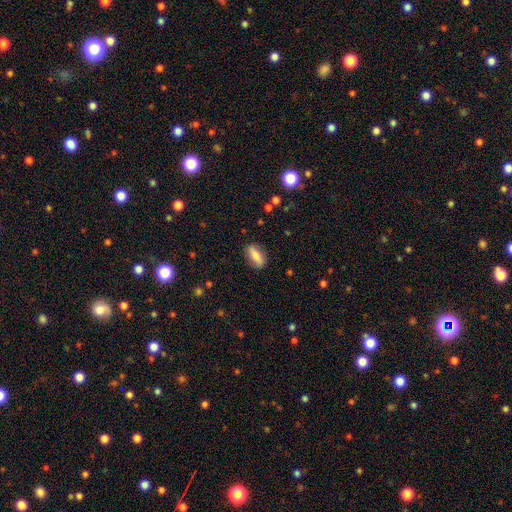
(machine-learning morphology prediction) smooth 77%, featured or disk 16%, star or artifact 7%. Down the decision tree: how rounded — in between (75%); merging — none (85%).